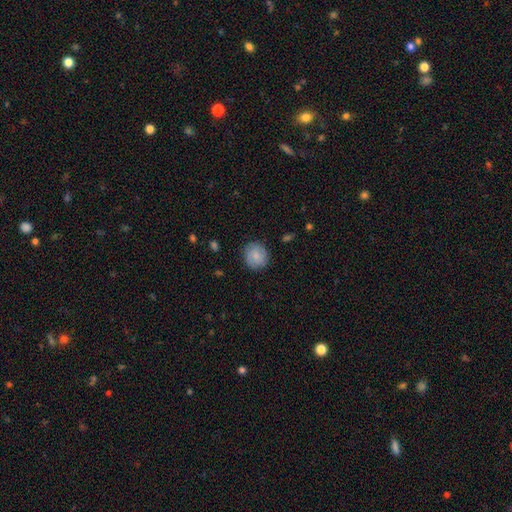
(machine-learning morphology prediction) Smooth or featured?
  - smooth: 73% *
  - featured or disk: 20%
  - star or artifact: 8%
How rounded?
  - round: 86% *
  - in between: 14%
  - cigar-shaped: 1%
Merging?
  - none: 84% *
  - minor disturbance: 12%
  - major disturbance: 3%
  - merger: 1%